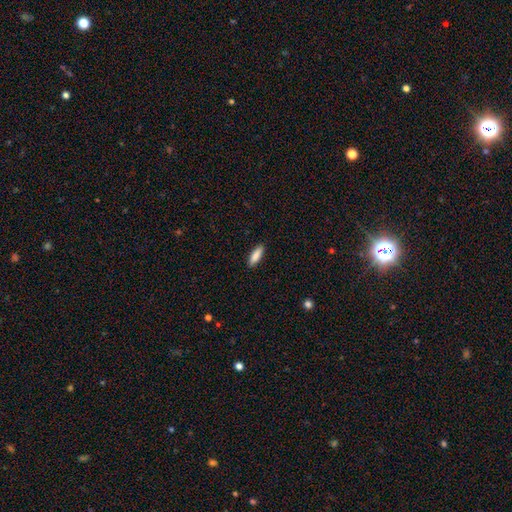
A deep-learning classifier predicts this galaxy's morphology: A smooth galaxy with no disk features (87%) that is in between round and cigar-shaped (53%). Merging: none (90%).